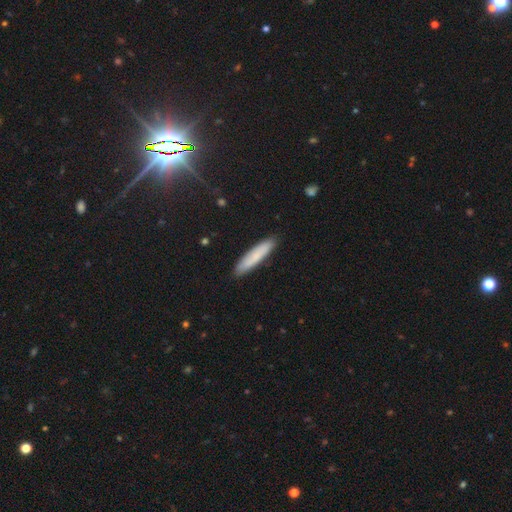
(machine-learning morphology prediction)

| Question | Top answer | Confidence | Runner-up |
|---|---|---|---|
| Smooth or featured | smooth | 76% | featured or disk (17%) |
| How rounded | cigar-shaped | 88% | in between (11%) |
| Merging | none | 89% | minor disturbance (9%) |